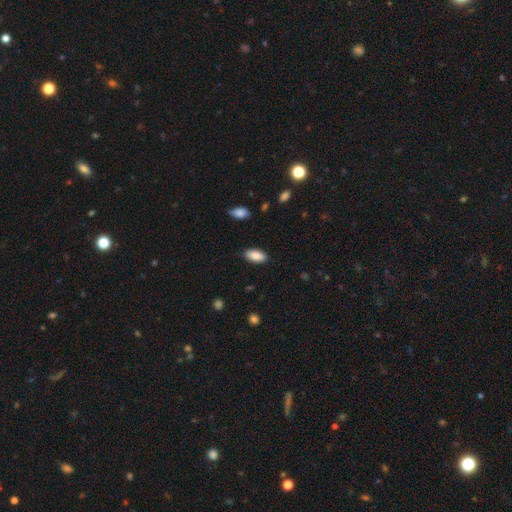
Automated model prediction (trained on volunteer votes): This is clearly a smooth galaxy (89%). How rounded: clearly in between (92%). Merging: clearly none (87%).